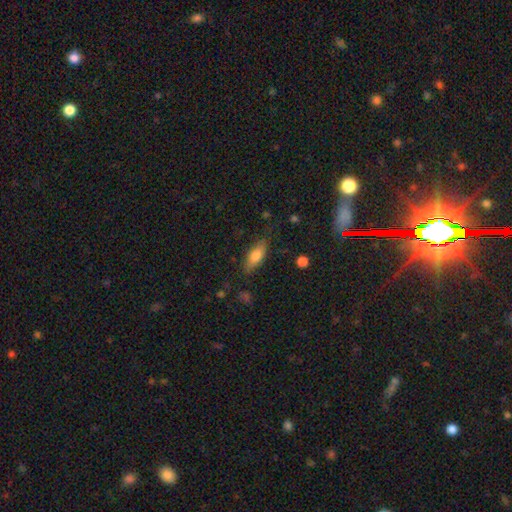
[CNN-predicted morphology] Smooth or featured: smooth — 75% (featured or disk — 18%)
How rounded: in between — 74% (cigar-shaped — 23%)
Merging: none — 76% (minor disturbance — 18%)